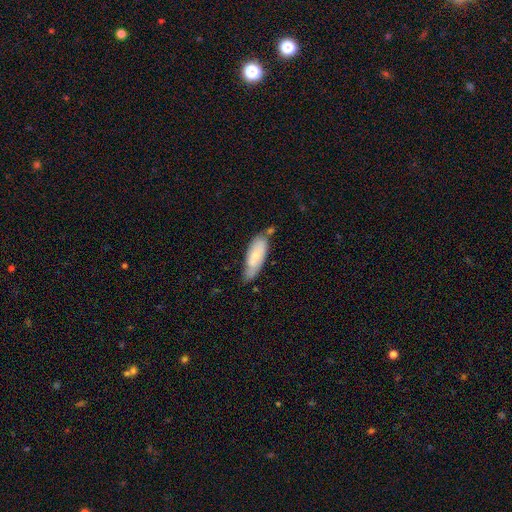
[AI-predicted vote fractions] smooth-or-featured: smooth: 67% | featured or disk: 27% | star or artifact: 6%
  how-rounded: in between: 65% | cigar-shaped: 33% | round: 2%
  merging: none: 52% | minor disturbance: 31% | merger: 10% | major disturbance: 7%